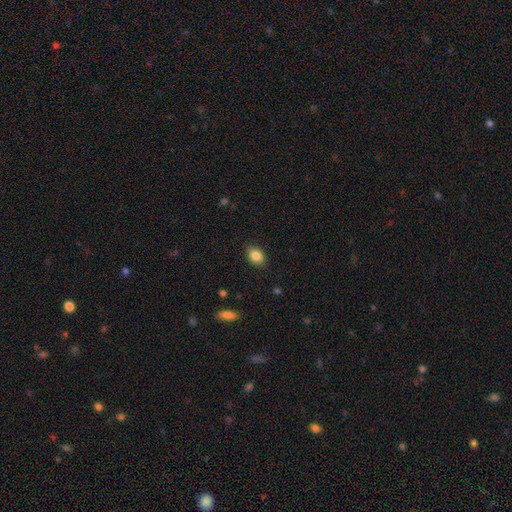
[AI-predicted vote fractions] Smooth or featured?
  - smooth: 85% *
  - star or artifact: 9%
  - featured or disk: 6%
How rounded?
  - in between: 73% *
  - round: 26%
  - cigar-shaped: 1%
Merging?
  - none: 87% *
  - minor disturbance: 10%
  - major disturbance: 2%
  - merger: 1%